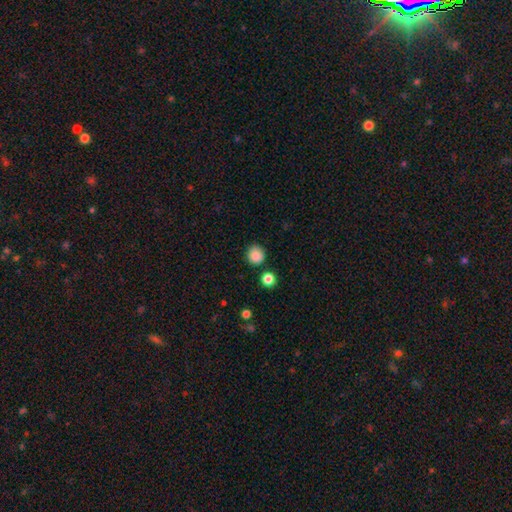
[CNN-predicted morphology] This is clearly a smooth galaxy (86%). How rounded: clearly round (91%). Merging: clearly none (85%).